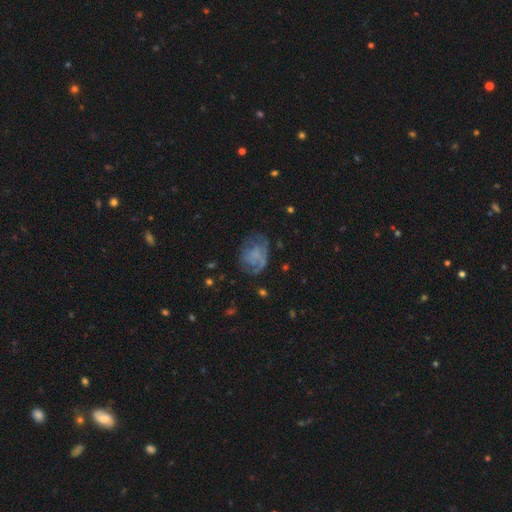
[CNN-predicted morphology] smooth_or_featured: featured or disk (p=0.48) [alt: smooth p=0.41]
merging: none (p=0.48) [alt: minor disturbance p=0.26]